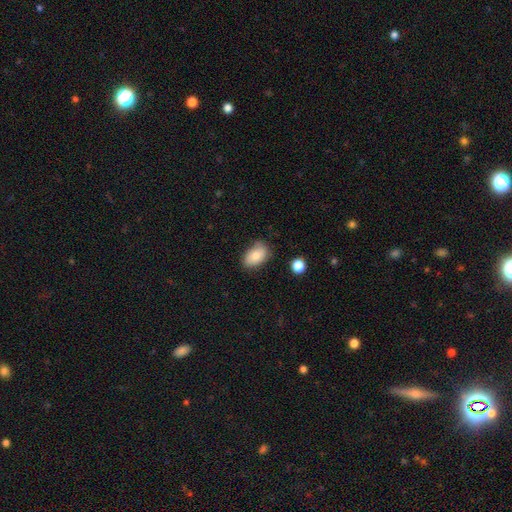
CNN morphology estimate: smooth_or_featured: smooth (p=0.80) [alt: featured or disk p=0.12]
how_rounded: in between (p=0.90) [alt: round p=0.08]
merging: none (p=0.66) [alt: minor disturbance p=0.26]